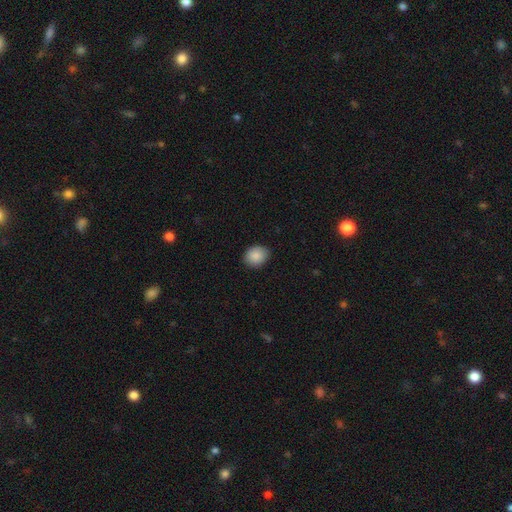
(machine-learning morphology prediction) smooth_or_featured: smooth (p=0.88) [alt: star or artifact p=0.08]
how_rounded: round (p=0.56) [alt: in between p=0.44]
merging: none (p=0.86) [alt: minor disturbance p=0.11]